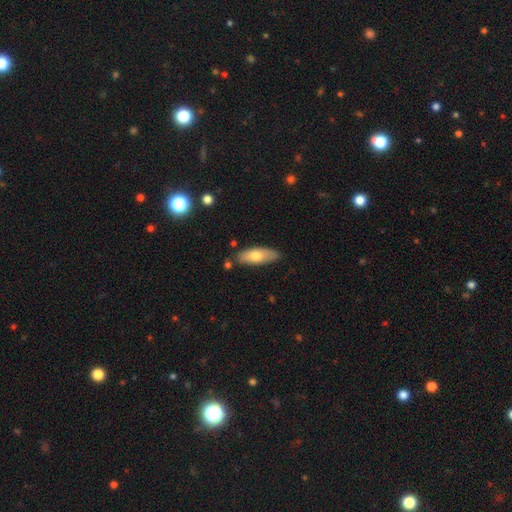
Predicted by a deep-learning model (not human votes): Smooth or featured: smooth — 69% (featured or disk — 25%)
How rounded: in between — 69% (cigar-shaped — 28%)
Merging: none — 81% (minor disturbance — 13%)